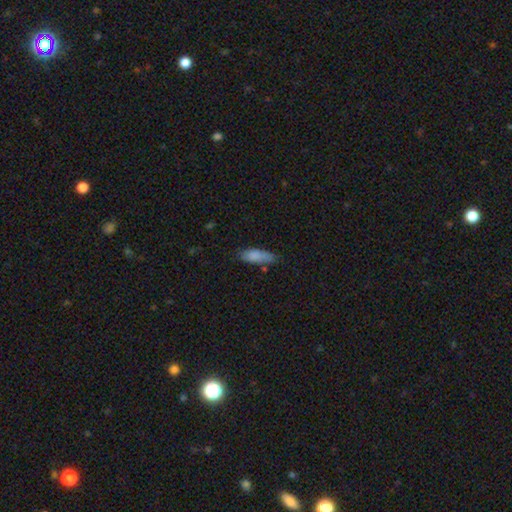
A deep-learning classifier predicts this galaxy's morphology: This is clearly a smooth galaxy (84%). How rounded: likely in between (67%). Merging: likely none (65%).